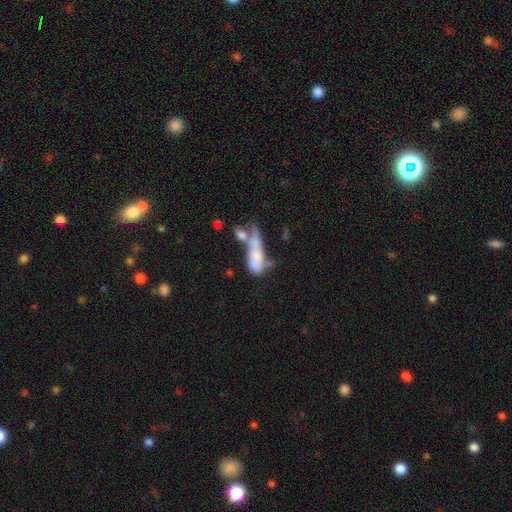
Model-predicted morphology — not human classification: Smooth or featured? smooth (58%)
How rounded? in between (58%)
Merging? merger (52%)